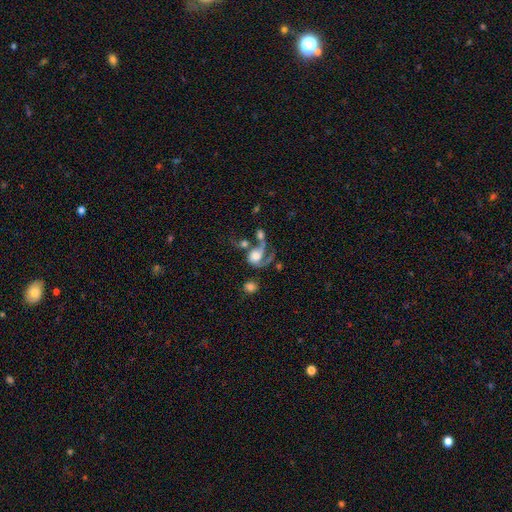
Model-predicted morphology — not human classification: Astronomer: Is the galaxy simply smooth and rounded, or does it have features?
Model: featured or disk — 57% (runner-up: smooth, 33%).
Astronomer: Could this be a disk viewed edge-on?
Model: no — 97%.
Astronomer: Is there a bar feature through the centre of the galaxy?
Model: no — 77%.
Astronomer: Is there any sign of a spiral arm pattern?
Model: yes — 72%.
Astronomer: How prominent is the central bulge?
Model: large — 36% (runner-up: moderate, 34%).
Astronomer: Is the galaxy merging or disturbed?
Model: merger — 41% (runner-up: major disturbance, 34%).